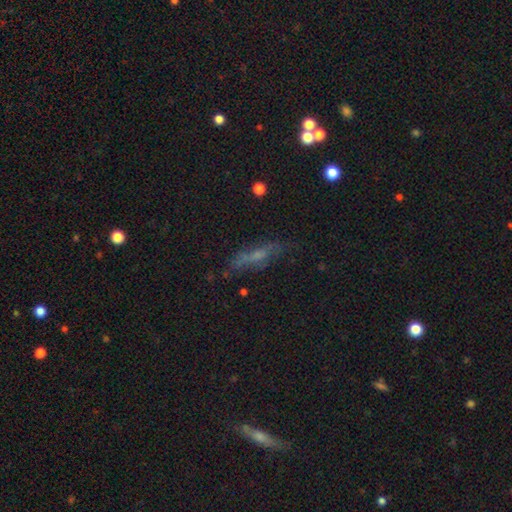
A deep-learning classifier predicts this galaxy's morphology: Smooth or featured?
  - featured or disk: 43% *
  - smooth: 39%
  - star or artifact: 18%
Merging?
  - none: 65% *
  - minor disturbance: 21%
  - major disturbance: 10%
  - merger: 3%